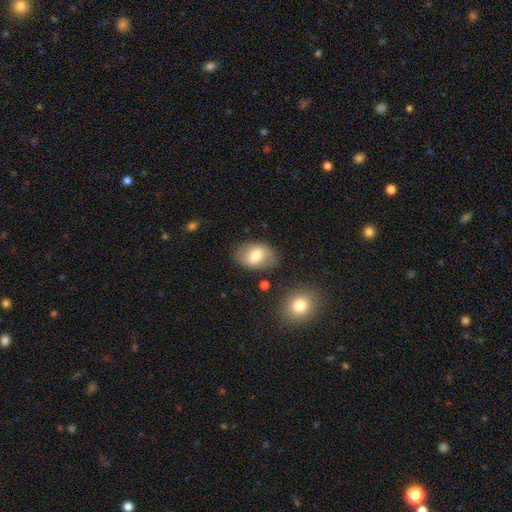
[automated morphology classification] The model was most divided on "smooth or featured": smooth: 70%, featured or disk: 23%, star or artifact: 8%. More confident: how rounded — in between (85%); merging — none (78%).